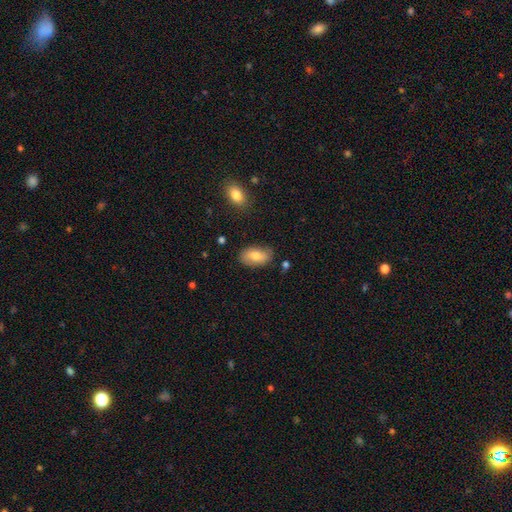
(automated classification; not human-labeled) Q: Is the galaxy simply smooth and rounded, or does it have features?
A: smooth — 75%.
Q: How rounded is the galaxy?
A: in between — 92%.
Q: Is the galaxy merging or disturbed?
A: none — 78%.